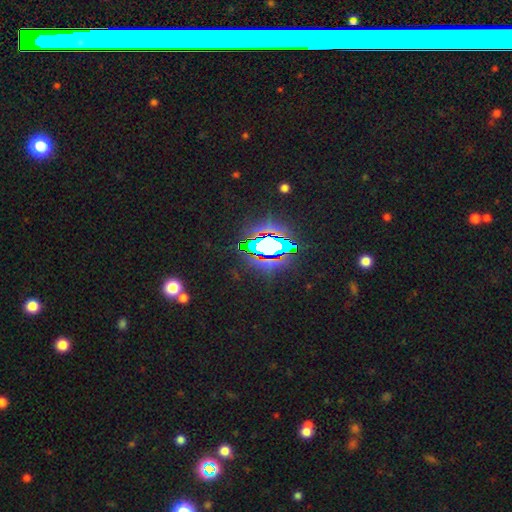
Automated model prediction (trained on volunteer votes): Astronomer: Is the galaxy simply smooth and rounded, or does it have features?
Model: star or artifact — 69%.